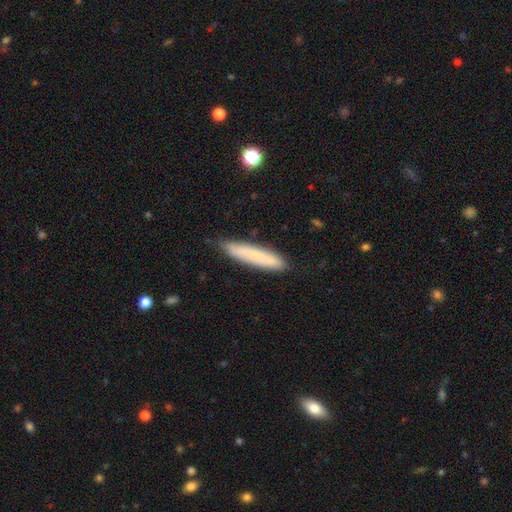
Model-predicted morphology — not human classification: This appears to be a smooth galaxy with no disk features (71%) that is cigar-shaped (87%). Merging: none (82%).